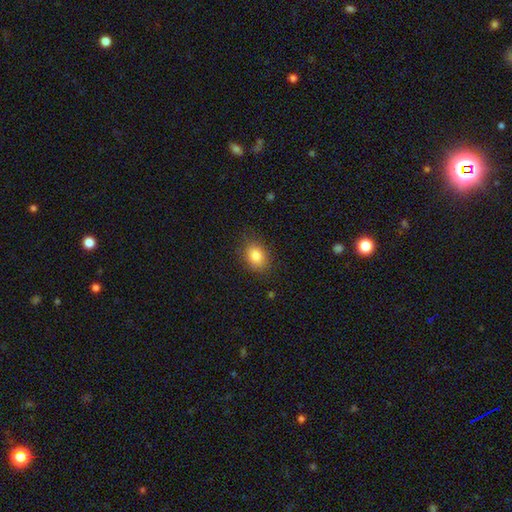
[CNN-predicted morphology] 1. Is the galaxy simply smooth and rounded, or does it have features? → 85% smooth, 9% star or artifact, 6% featured or disk.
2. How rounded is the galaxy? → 68% in between, 31% round, 1% cigar-shaped.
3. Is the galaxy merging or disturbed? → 82% none, 14% minor disturbance, 4% major disturbance, 1% merger.